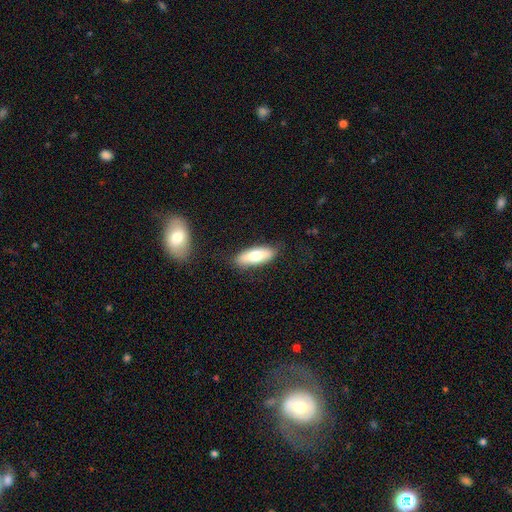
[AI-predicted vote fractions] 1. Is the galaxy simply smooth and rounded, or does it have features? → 70% smooth, 24% featured or disk, 6% star or artifact.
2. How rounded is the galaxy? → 71% in between, 26% cigar-shaped, 2% round.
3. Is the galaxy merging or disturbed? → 83% none, 12% minor disturbance, 3% major disturbance, 2% merger.